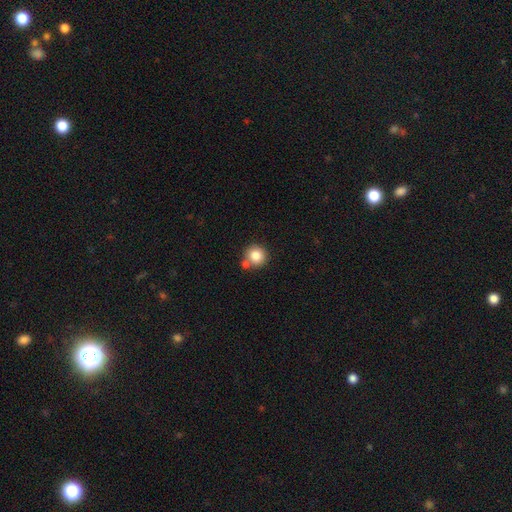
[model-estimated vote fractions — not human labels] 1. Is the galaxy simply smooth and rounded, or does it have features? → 82% smooth, 10% star or artifact, 8% featured or disk.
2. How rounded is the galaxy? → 92% round, 7% in between, 1% cigar-shaped.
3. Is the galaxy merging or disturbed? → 70% none, 18% merger, 9% minor disturbance, 3% major disturbance.